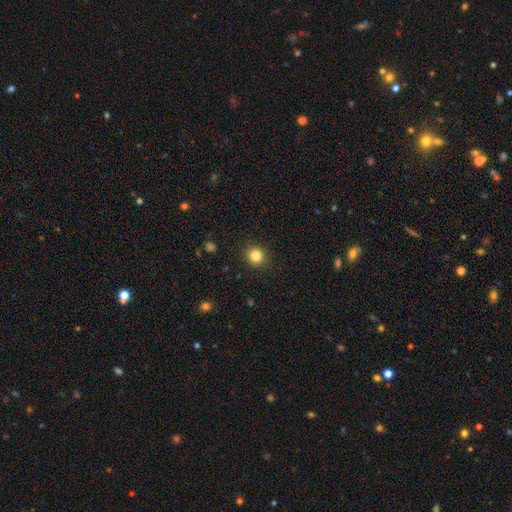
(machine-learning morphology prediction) This is clearly a smooth galaxy (83%). How rounded: clearly round (91%). Merging: clearly none (91%).